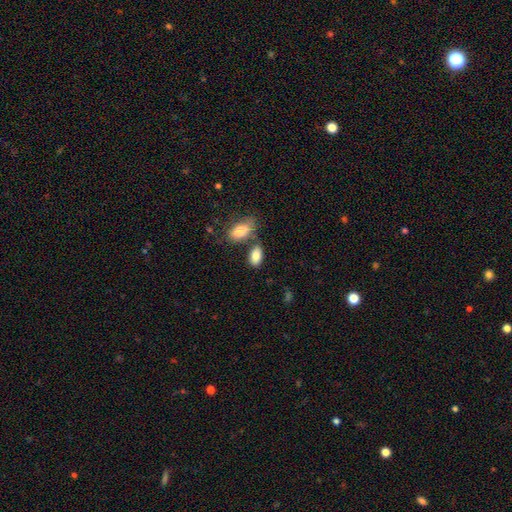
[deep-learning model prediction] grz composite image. It shows a smooth galaxy with no disk features (84%) that is in between round and cigar-shaped (93%). Merging: none (61%).